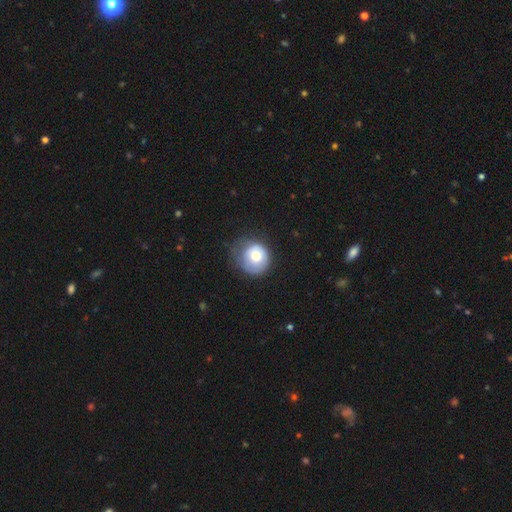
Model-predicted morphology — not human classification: smooth_or_featured: smooth (p=0.68) [alt: featured or disk p=0.24]
how_rounded: round (p=0.85) [alt: in between p=0.14]
merging: none (p=0.49) [alt: minor disturbance p=0.33]